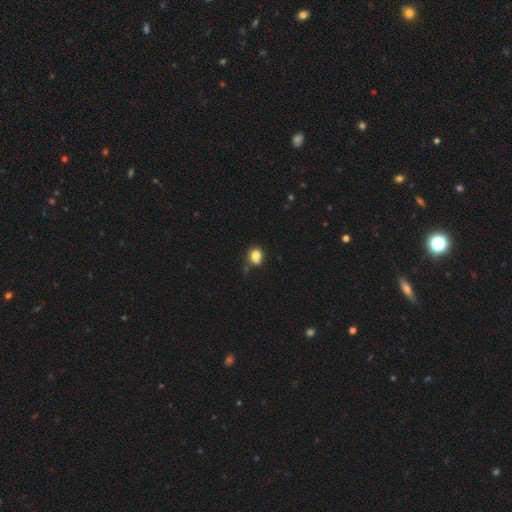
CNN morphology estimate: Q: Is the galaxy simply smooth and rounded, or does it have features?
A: smooth — 81%.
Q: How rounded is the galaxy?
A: round — 58%.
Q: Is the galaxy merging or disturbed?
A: none — 61%.